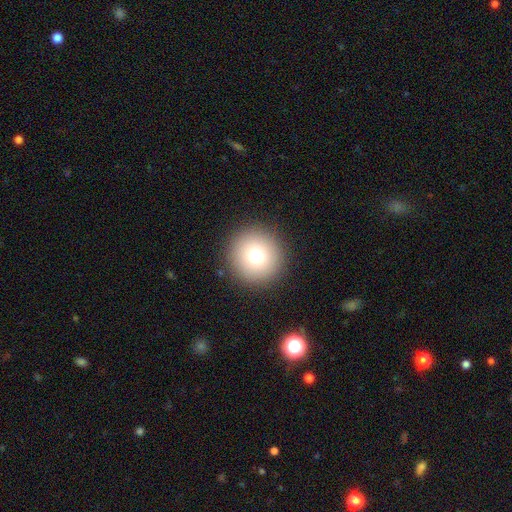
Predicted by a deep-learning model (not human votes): smooth_or_featured: smooth (p=0.75) [alt: star or artifact p=0.14]
how_rounded: round (p=0.96) [alt: in between p=0.03]
merging: none (p=0.91) [alt: minor disturbance p=0.05]